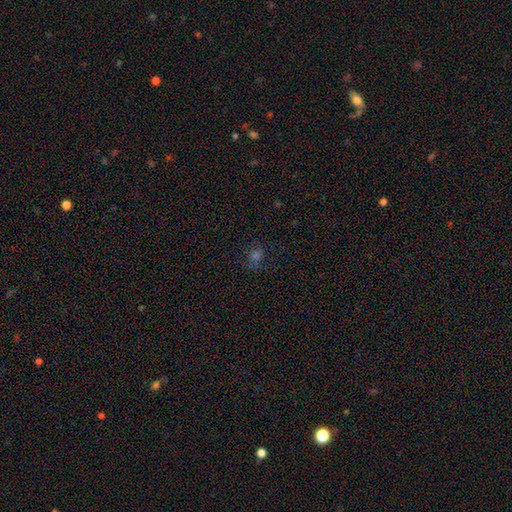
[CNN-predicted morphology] This is possibly a smooth galaxy (46%). Merging: likely none (71%).